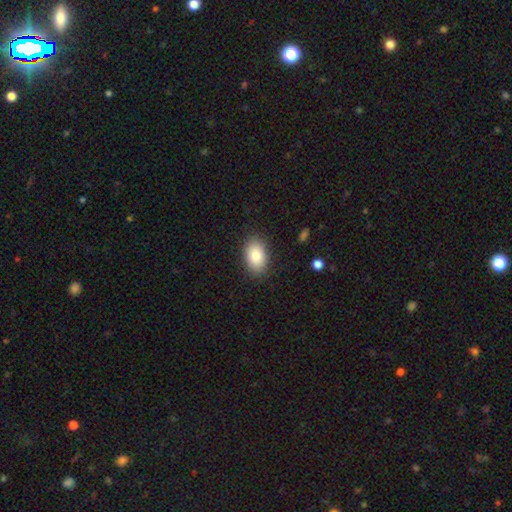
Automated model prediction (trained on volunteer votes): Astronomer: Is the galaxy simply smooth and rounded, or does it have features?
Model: smooth — 87%.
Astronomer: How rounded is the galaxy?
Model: in between — 91%.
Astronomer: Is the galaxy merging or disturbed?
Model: none — 86%.